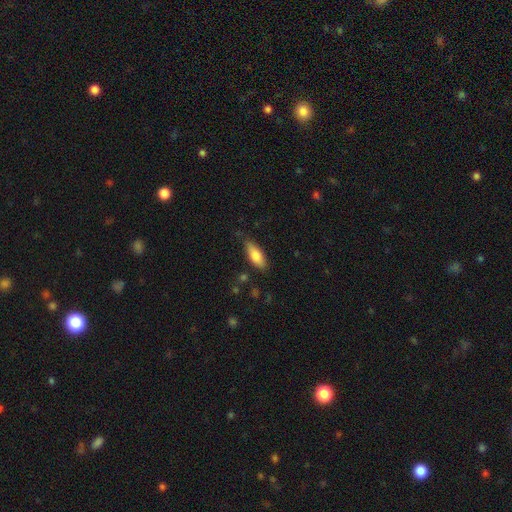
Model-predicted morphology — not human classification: Smooth or featured?
  - smooth: 78% *
  - featured or disk: 16%
  - star or artifact: 6%
How rounded?
  - in between: 74% *
  - cigar-shaped: 24%
  - round: 2%
Merging?
  - none: 75% *
  - minor disturbance: 19%
  - major disturbance: 3%
  - merger: 2%